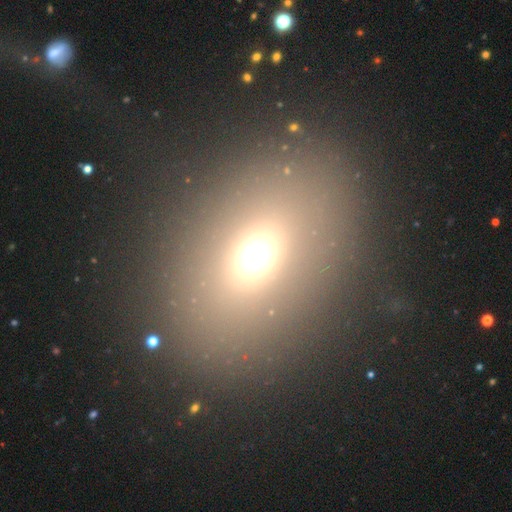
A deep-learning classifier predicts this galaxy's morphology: Q: Smooth or featured?
A: smooth (64%); runner-up: star or artifact (21%)
Q: How rounded?
A: in between (64%); runner-up: round (34%)
Q: Merging?
A: none (83%); runner-up: minor disturbance (8%)